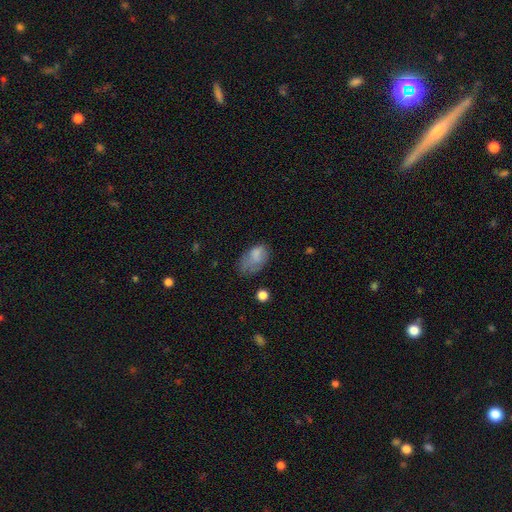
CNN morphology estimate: This is likely a smooth galaxy (75%). How rounded: clearly in between (89%). Merging: marginally none (36%).